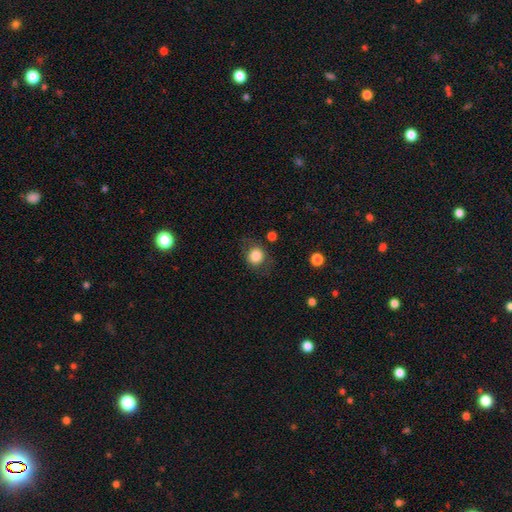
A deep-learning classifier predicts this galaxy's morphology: smooth-or-featured: smooth: 82% | featured or disk: 9% | star or artifact: 9%
  how-rounded: round: 79% | in between: 20% | cigar-shaped: 1%
  merging: none: 73% | minor disturbance: 16% | major disturbance: 9% | merger: 2%